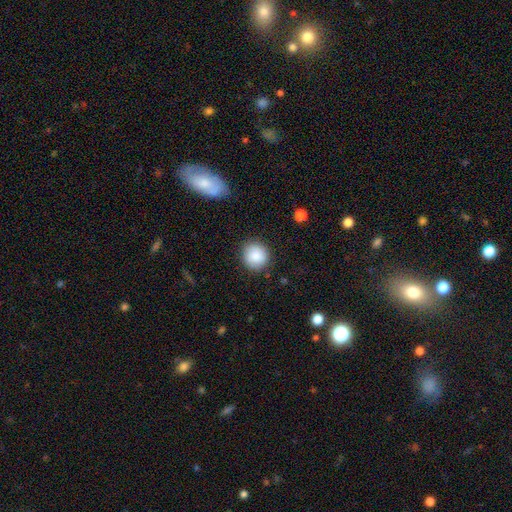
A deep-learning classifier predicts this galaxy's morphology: Smooth or featured? Predicted: smooth (p=0.87). How rounded? Predicted: round (p=0.89). Merging? Predicted: none (p=0.87).